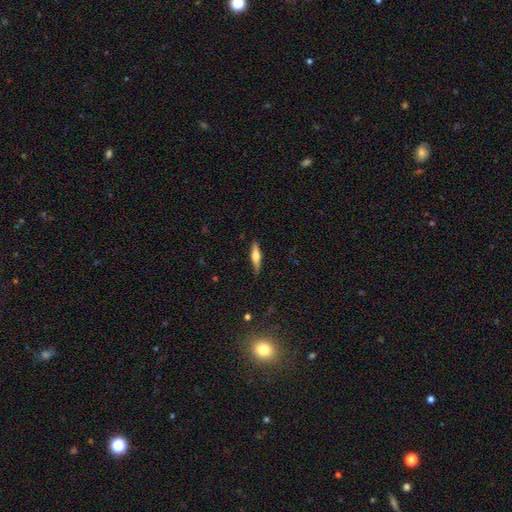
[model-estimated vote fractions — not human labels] Morphology: type=smooth (55%); roundness=cigar-shaped (75%); merging=none (84%).